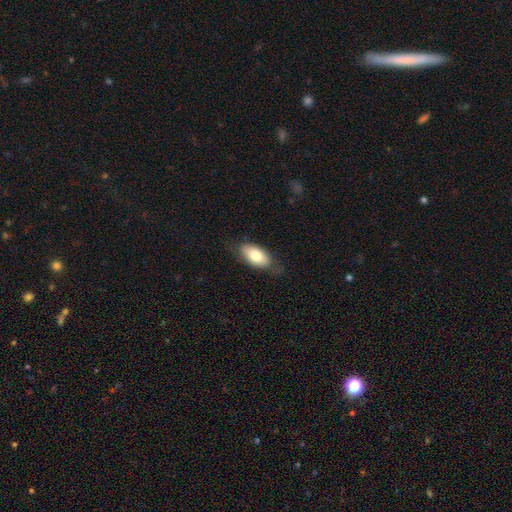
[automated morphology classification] A smooth galaxy with no disk features (75%) that is in between round and cigar-shaped (92%). Merging: none (72%).